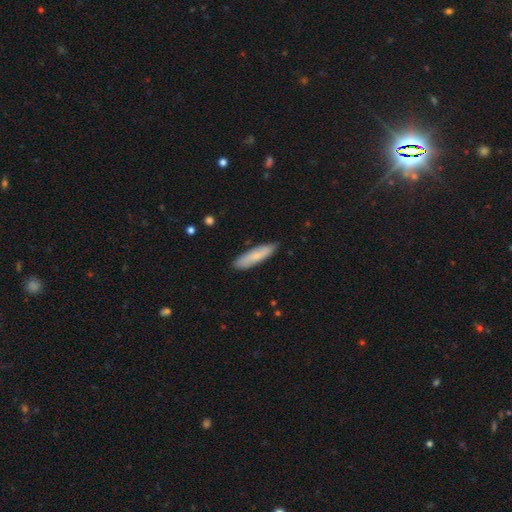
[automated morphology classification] smooth-or-featured: smooth: 74% | featured or disk: 20% | star or artifact: 6%
  how-rounded: cigar-shaped: 73% | in between: 26% | round: 2%
  merging: none: 86% | minor disturbance: 11% | major disturbance: 2% | merger: 1%